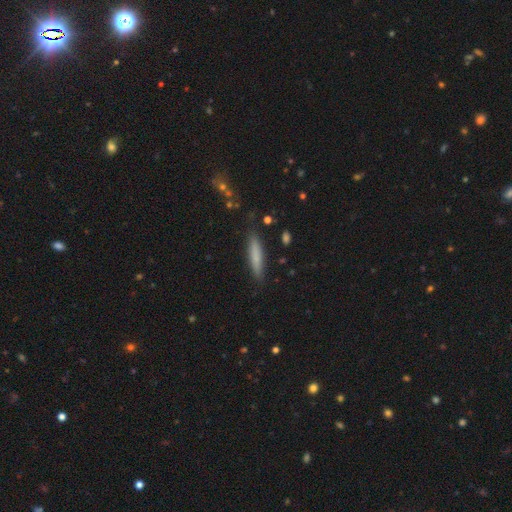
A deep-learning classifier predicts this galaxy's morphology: This is likely a smooth galaxy (73%). How rounded: clearly cigar-shaped (88%). Merging: clearly none (86%).